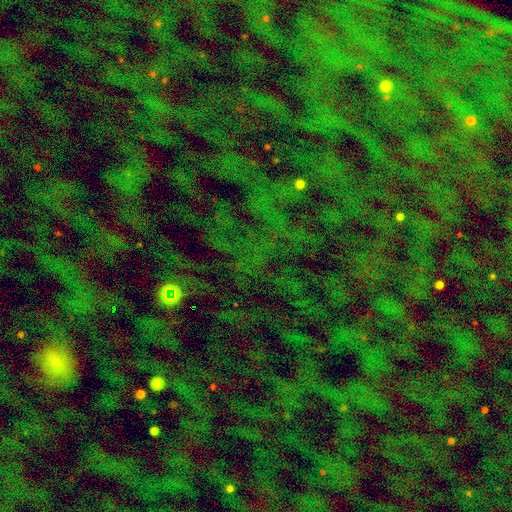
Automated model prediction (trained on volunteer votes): The model was most divided on "smooth or featured": star or artifact: 73%, smooth: 17%, featured or disk: 9%.